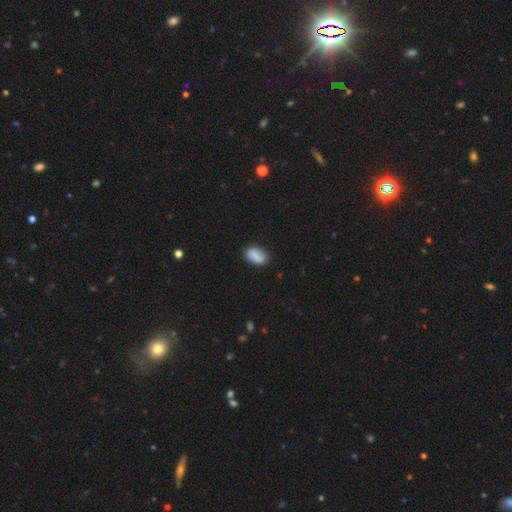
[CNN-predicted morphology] smooth_or_featured: smooth (p=0.87) [alt: star or artifact p=0.07]
how_rounded: in between (p=0.91) [alt: round p=0.06]
merging: none (p=0.82) [alt: minor disturbance p=0.14]